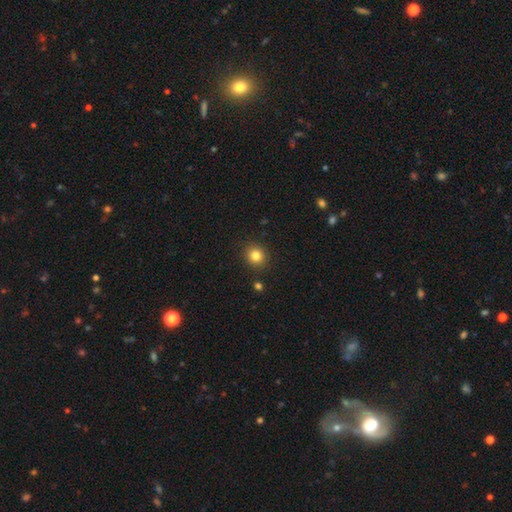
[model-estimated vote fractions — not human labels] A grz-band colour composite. It shows a smooth galaxy with no disk features (83%) that is round (84%). Merging: none (89%).